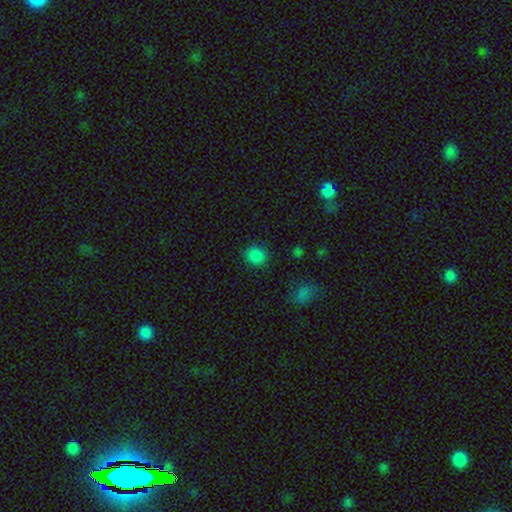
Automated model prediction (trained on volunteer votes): A smooth galaxy with no disk features (85%) that is round (85%). Merging: none (89%).